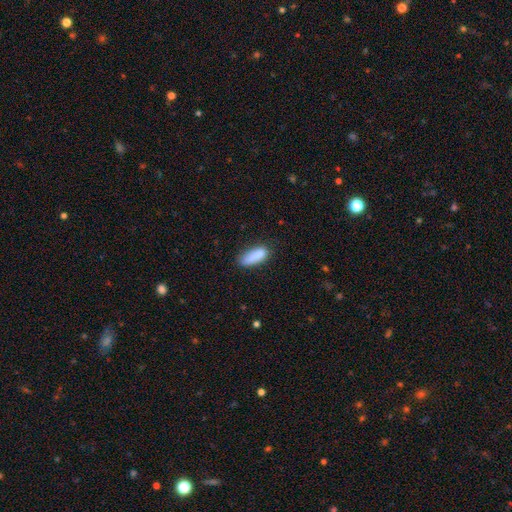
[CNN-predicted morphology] A smooth galaxy with no disk features (86%) that is in between round and cigar-shaped (69%).

Vote fractions:
- Smooth or featured? smooth: 86% / star or artifact: 8% / featured or disk: 6%
- How rounded? in between: 69% / cigar-shaped: 29% / round: 2%
- Merging? none: 66% / minor disturbance: 25% / major disturbance: 6% / merger: 3%